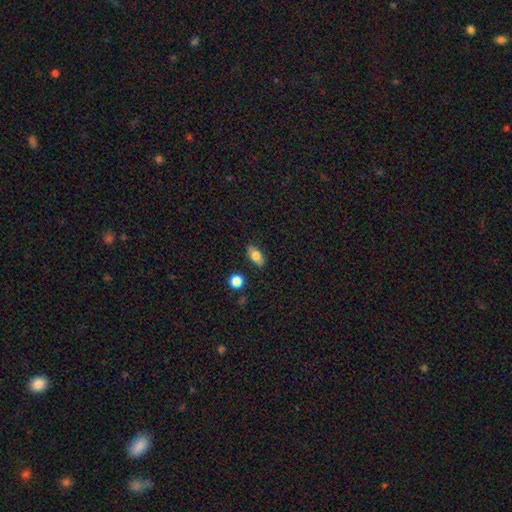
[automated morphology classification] This appears to be a smooth galaxy with no disk features (77%) that is in between round and cigar-shaped (86%). Merging: none (84%).